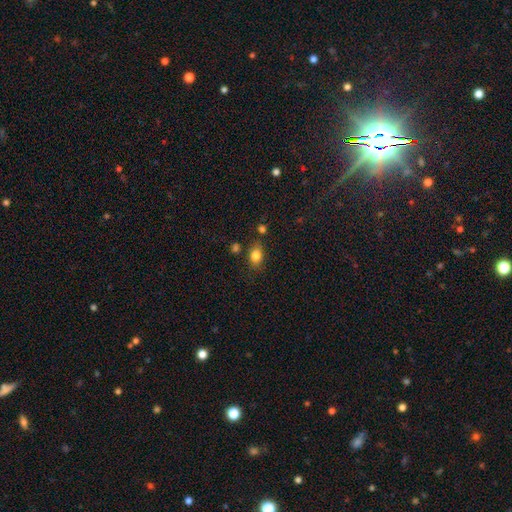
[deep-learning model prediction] smooth-or-featured: smooth: 83% | star or artifact: 10% | featured or disk: 7%
  how-rounded: in between: 70% | round: 29% | cigar-shaped: 2%
  merging: none: 73% | minor disturbance: 16% | merger: 6% | major disturbance: 4%